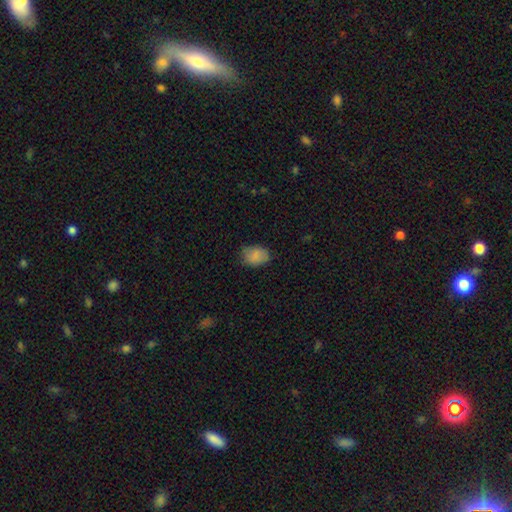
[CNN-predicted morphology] Smooth or featured: smooth — 85% (star or artifact — 8%)
How rounded: in between — 73% (round — 26%)
Merging: none — 72% (minor disturbance — 22%)